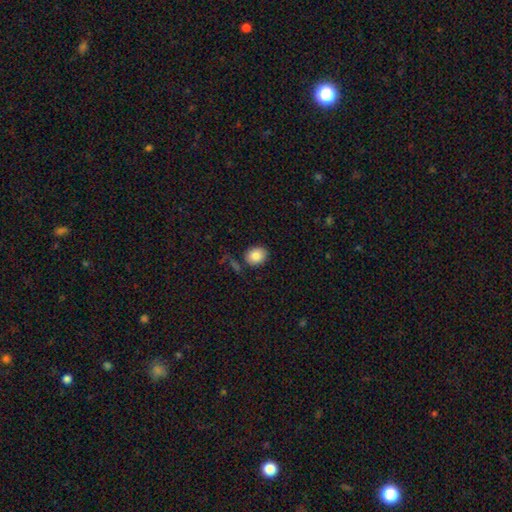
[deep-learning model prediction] This is clearly a smooth galaxy (85%). How rounded: likely round (61%). Merging: clearly none (81%).